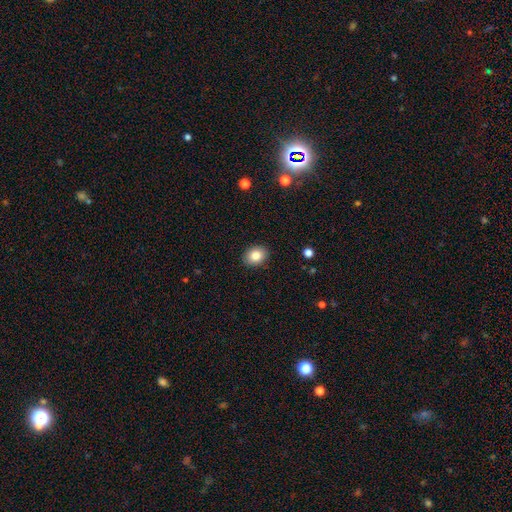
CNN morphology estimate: Smooth or featured? smooth (85%)
How rounded? in between (60%)
Merging? none (89%)